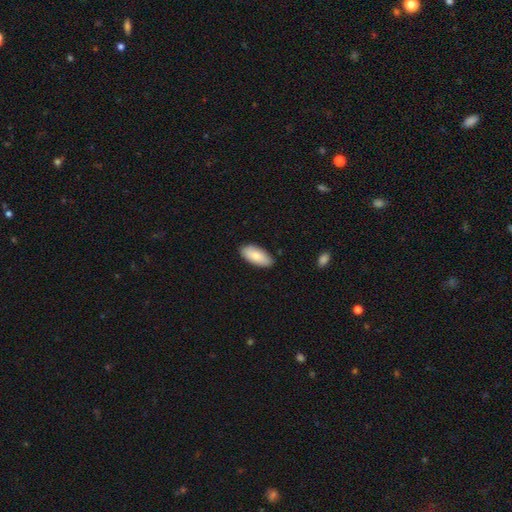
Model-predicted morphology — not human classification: Smooth or featured?
  - smooth: 85% *
  - featured or disk: 10%
  - star or artifact: 6%
How rounded?
  - in between: 90% *
  - cigar-shaped: 8%
  - round: 2%
Merging?
  - none: 86% *
  - minor disturbance: 11%
  - major disturbance: 2%
  - merger: 1%